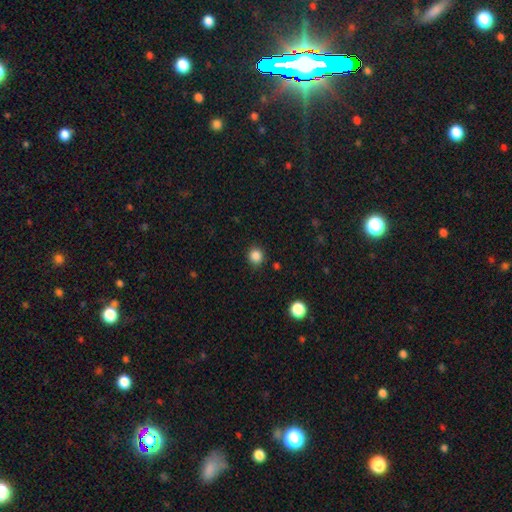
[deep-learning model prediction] This is clearly a smooth galaxy (85%). How rounded: clearly round (90%). Merging: clearly none (90%).